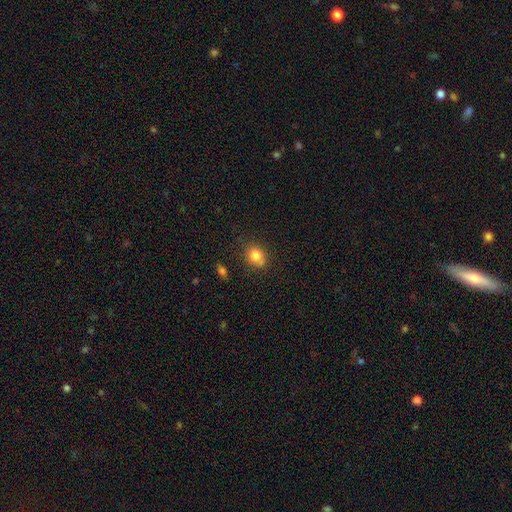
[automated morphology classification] A smooth galaxy with no disk features (80%) that is round (67%).

Vote fractions:
- Smooth or featured? smooth: 80% / star or artifact: 11% / featured or disk: 9%
- How rounded? round: 67% / in between: 32% / cigar-shaped: 1%
- Merging? none: 65% / minor disturbance: 16% / merger: 15% / major disturbance: 4%